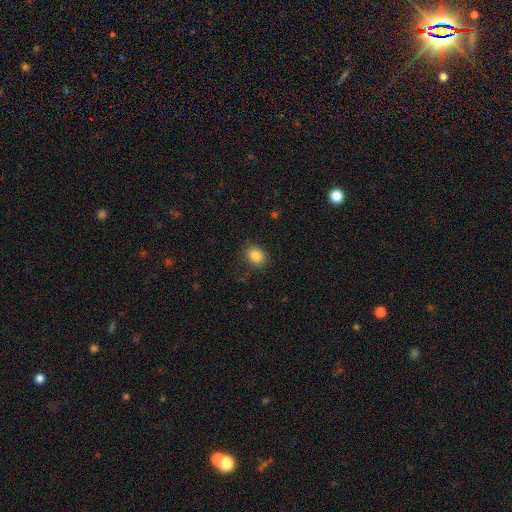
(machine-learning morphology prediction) smooth-or-featured: smooth: 84% | star or artifact: 10% | featured or disk: 5%
  how-rounded: round: 54% | in between: 45% | cigar-shaped: 1%
  merging: none: 84% | minor disturbance: 12% | major disturbance: 4% | merger: 1%